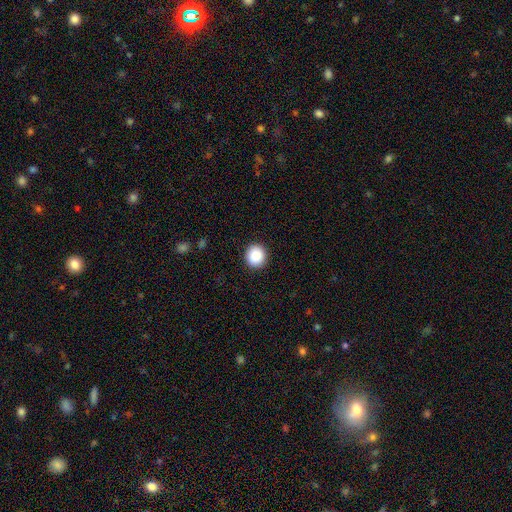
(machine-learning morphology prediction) smooth_or_featured: smooth (p=0.88) [alt: star or artifact p=0.08]
how_rounded: round (p=0.90) [alt: in between p=0.09]
merging: none (p=0.92) [alt: minor disturbance p=0.05]